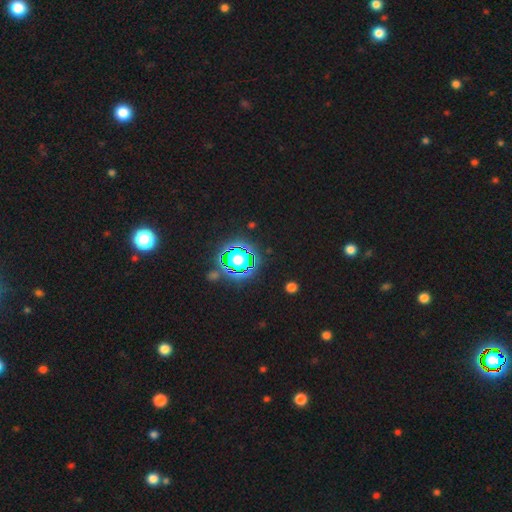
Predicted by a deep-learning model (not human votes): smooth-or-featured: star or artifact: 83% | smooth: 11% | featured or disk: 7%